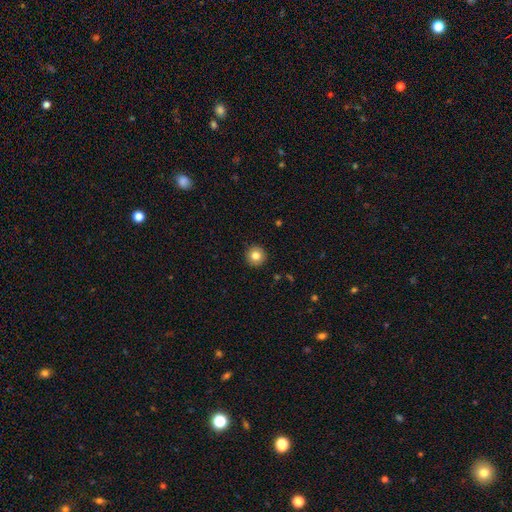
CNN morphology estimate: Smooth or featured: smooth — 83% (star or artifact — 10%)
How rounded: round — 96% (in between — 3%)
Merging: none — 92% (minor disturbance — 5%)